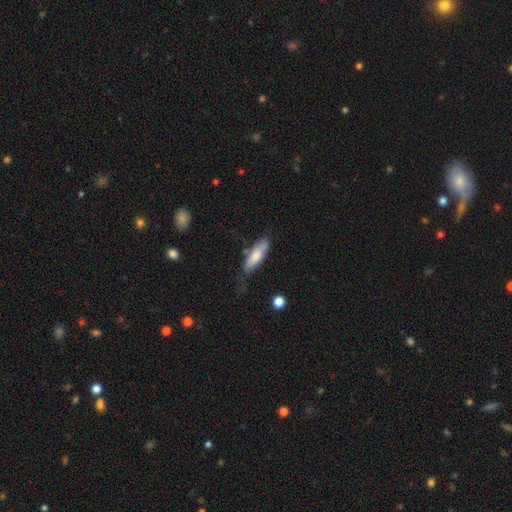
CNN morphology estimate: smooth 73%, featured or disk 21%, star or artifact 6%. Down the decision tree: how rounded — in between (56%); merging — none (57%).